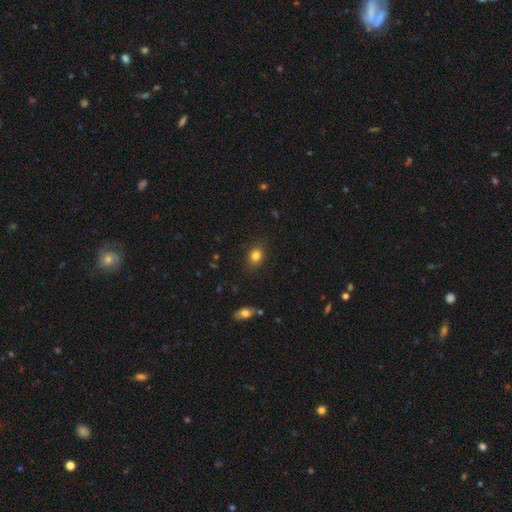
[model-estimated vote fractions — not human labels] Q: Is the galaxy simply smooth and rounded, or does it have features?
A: smooth — 82%.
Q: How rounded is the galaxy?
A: in between — 56%.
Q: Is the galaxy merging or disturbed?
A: none — 86%.